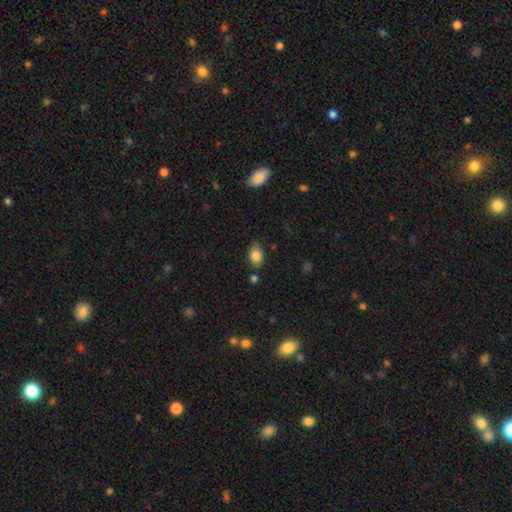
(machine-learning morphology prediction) This appears to be a smooth galaxy with no disk features (84%) that is in between round and cigar-shaped (89%). Merging: none (76%).